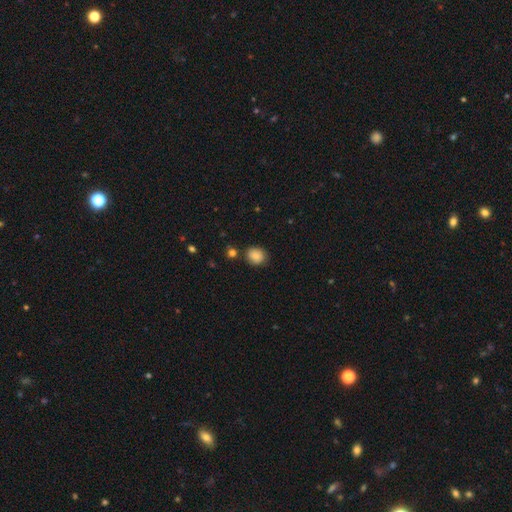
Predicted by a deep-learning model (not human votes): Q: Smooth or featured?
A: smooth (86%); runner-up: star or artifact (9%)
Q: How rounded?
A: round (69%); runner-up: in between (30%)
Q: Merging?
A: none (79%); runner-up: minor disturbance (13%)